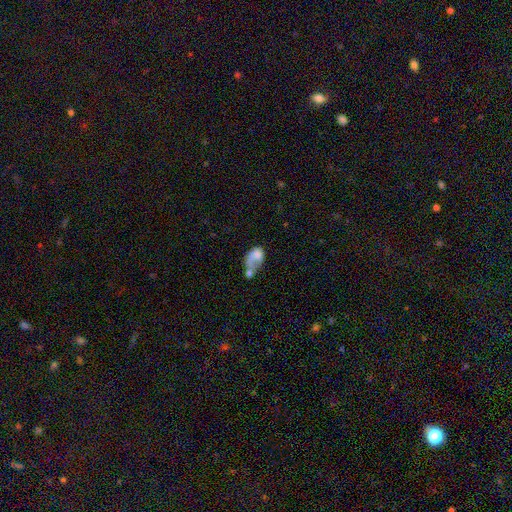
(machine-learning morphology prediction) A smooth galaxy with no disk features (58%) that is in between round and cigar-shaped (84%). Merging: merger (33%, tied with major disturbance).